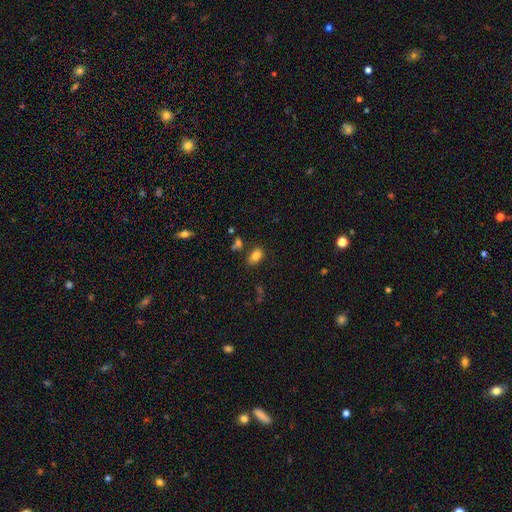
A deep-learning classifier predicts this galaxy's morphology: Smooth or featured: smooth — 83% (star or artifact — 10%)
How rounded: in between — 87% (round — 11%)
Merging: none — 78% (minor disturbance — 12%)